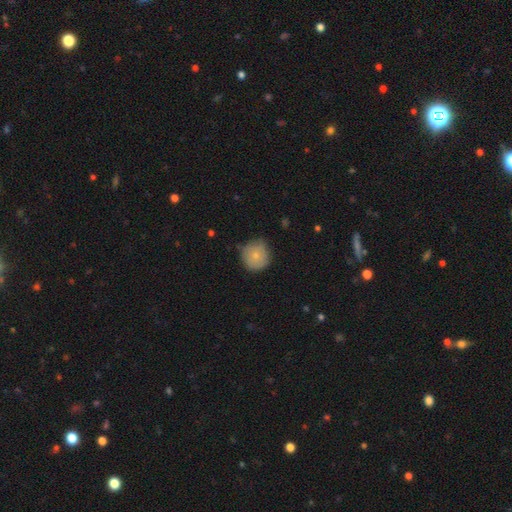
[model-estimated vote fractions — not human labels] smooth-or-featured: smooth: 75% | featured or disk: 17% | star or artifact: 8%
  how-rounded: round: 89% | in between: 10% | cigar-shaped: 1%
  merging: none: 66% | minor disturbance: 27% | major disturbance: 4% | merger: 2%